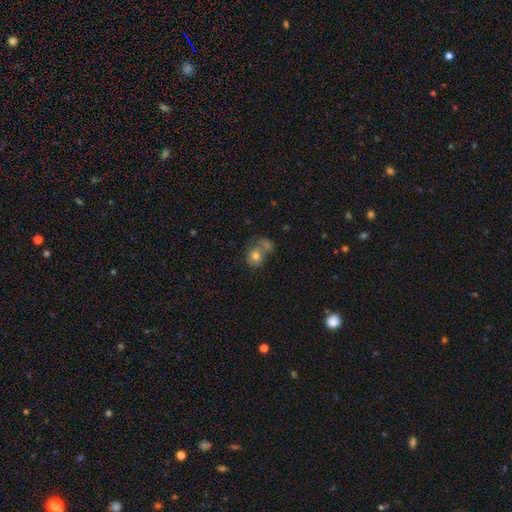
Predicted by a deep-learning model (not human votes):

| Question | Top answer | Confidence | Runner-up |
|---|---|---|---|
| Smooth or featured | smooth | 73% | featured or disk (18%) |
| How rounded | round | 60% | in between (39%) |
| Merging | merger | 51% | none (29%) |